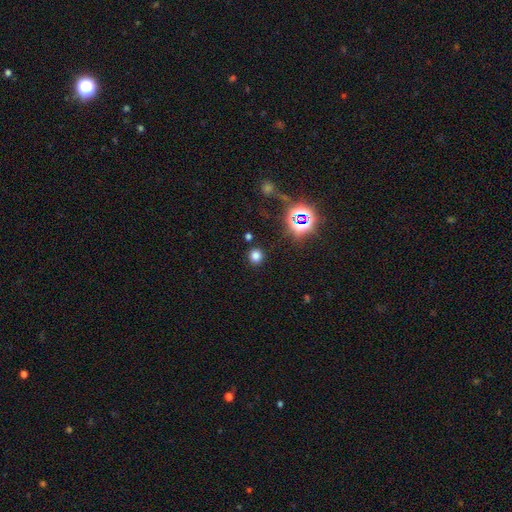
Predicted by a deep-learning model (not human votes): Smooth or featured: smooth — 72% (star or artifact — 22%)
How rounded: round — 87% (in between — 12%)
Merging: none — 88% (minor disturbance — 7%)